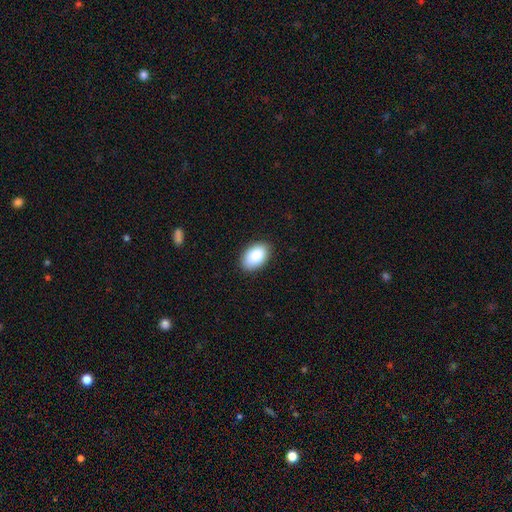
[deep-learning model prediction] This appears to be a smooth galaxy with no disk features (87%) that is in between round and cigar-shaped (92%). Merging: none (88%).